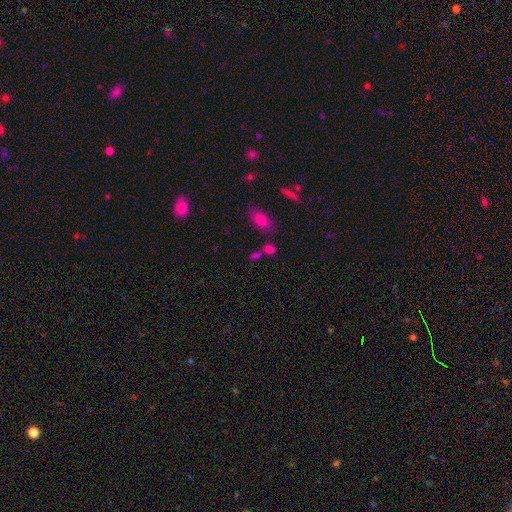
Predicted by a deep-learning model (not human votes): Smooth or featured: smooth — 72% (star or artifact — 18%)
How rounded: in between — 63% (round — 27%)
Merging: none — 53% (merger — 29%)